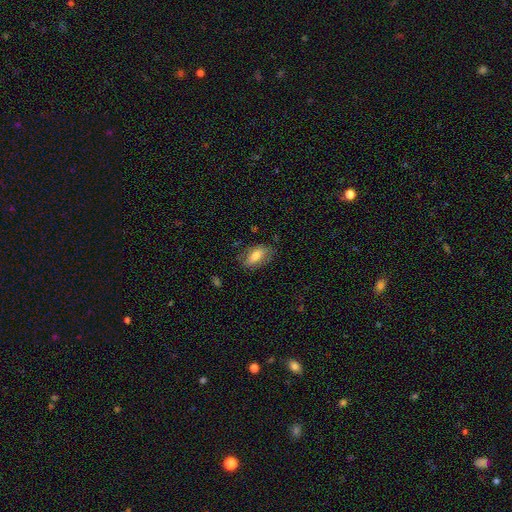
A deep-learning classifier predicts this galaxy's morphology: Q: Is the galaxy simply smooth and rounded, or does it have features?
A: smooth — 67%.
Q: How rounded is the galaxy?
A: in between — 86%.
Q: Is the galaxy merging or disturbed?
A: none — 72%.